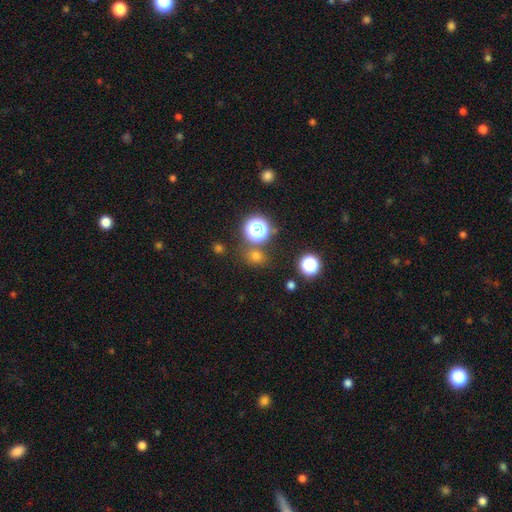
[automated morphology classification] This is likely a smooth galaxy (63%). How rounded: likely round (75%). Merging: likely none (78%).